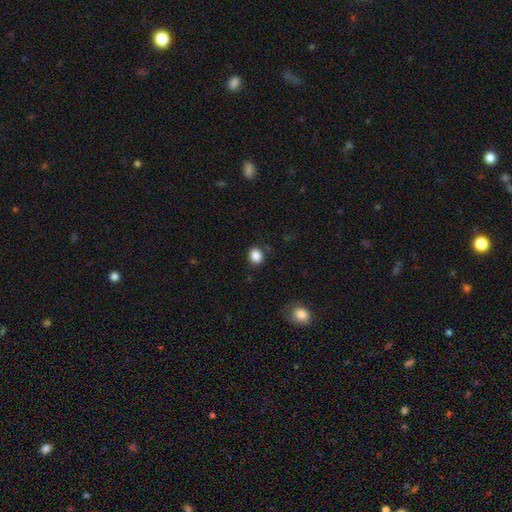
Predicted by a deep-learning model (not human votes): Overall: smooth (86%). How rounded: round (60%; in between 39%). Merging: none (83%).